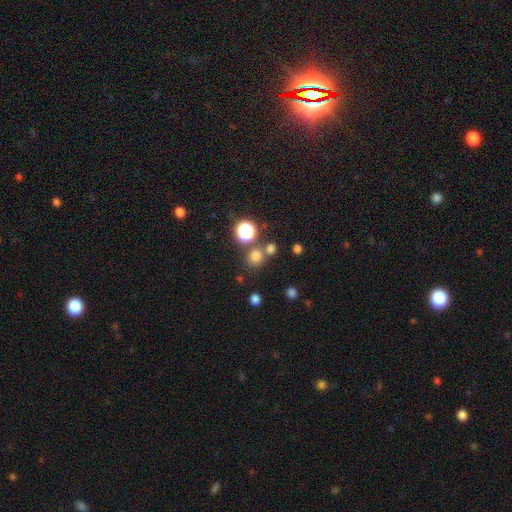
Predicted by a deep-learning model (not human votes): smooth-or-featured: smooth: 71% | star or artifact: 22% | featured or disk: 6%
  how-rounded: round: 88% | in between: 11% | cigar-shaped: 1%
  merging: none: 71% | merger: 18% | minor disturbance: 8% | major disturbance: 3%